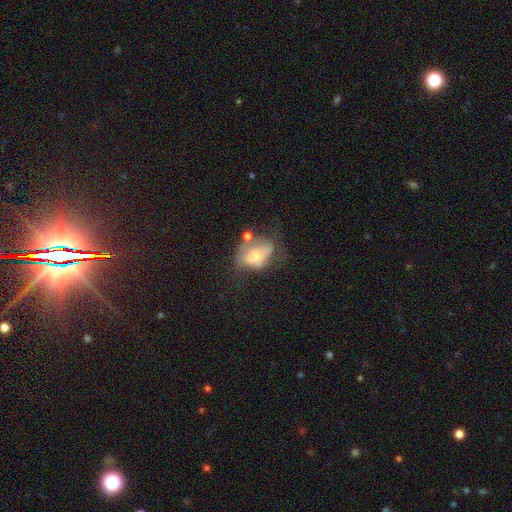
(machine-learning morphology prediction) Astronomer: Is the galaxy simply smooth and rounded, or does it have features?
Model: smooth — 51% (runner-up: featured or disk, 39%).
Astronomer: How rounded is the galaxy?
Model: in between — 70%.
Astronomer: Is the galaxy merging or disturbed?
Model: major disturbance — 30% (runner-up: none, 28%).